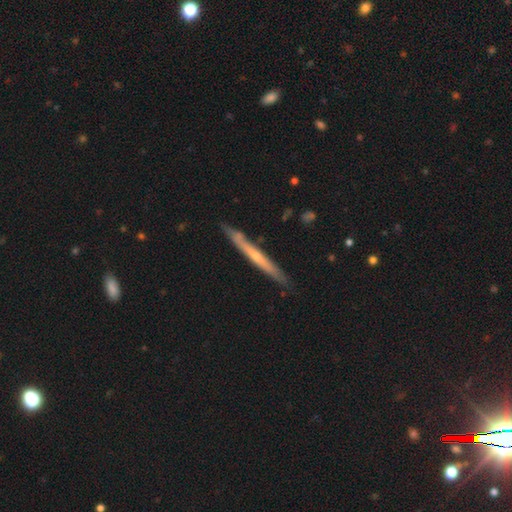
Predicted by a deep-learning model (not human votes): Smooth or featured: featured or disk — 61% (smooth — 33%)
Edge-on disk: yes — 94% (no — 6%)
Edge-on bulge: none — 53% (rounded — 43%)
Merging: none — 84% (minor disturbance — 13%)